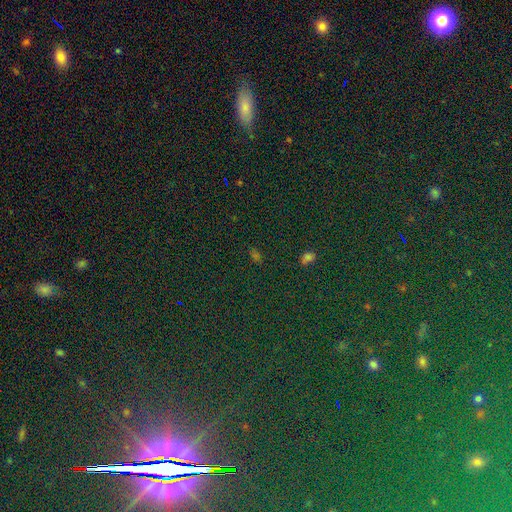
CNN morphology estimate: Smooth or featured? star or artifact (51%)